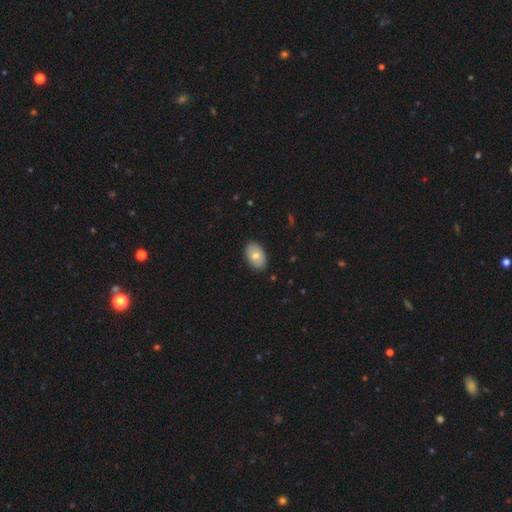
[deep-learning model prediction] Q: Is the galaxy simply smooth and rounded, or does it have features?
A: smooth — 73%.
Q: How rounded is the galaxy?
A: in between — 90%.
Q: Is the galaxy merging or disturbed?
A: none — 87%.